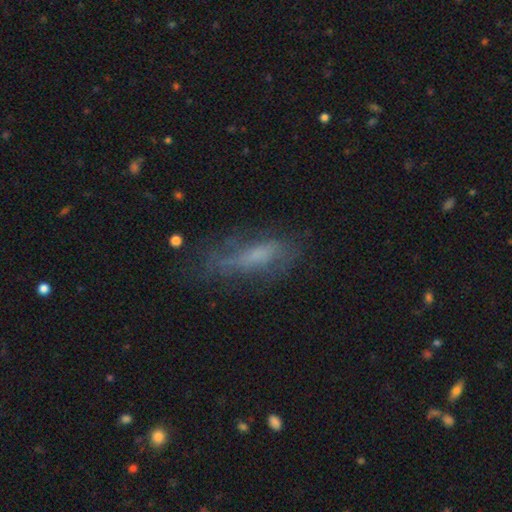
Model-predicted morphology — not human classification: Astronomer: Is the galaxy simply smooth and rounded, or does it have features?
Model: smooth — 44%, tied with featured or disk at 44%.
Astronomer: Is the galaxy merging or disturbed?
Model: none — 54%.